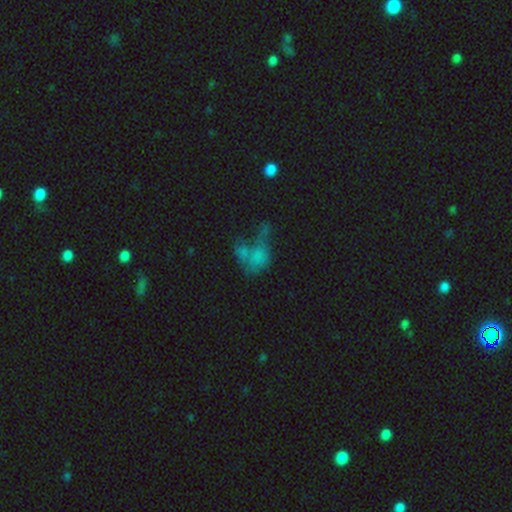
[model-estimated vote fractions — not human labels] smooth-or-featured: smooth: 61% | featured or disk: 23% | star or artifact: 17%
  how-rounded: in between: 64% | round: 33% | cigar-shaped: 3%
  merging: merger: 49% | major disturbance: 24% | none: 16% | minor disturbance: 11%